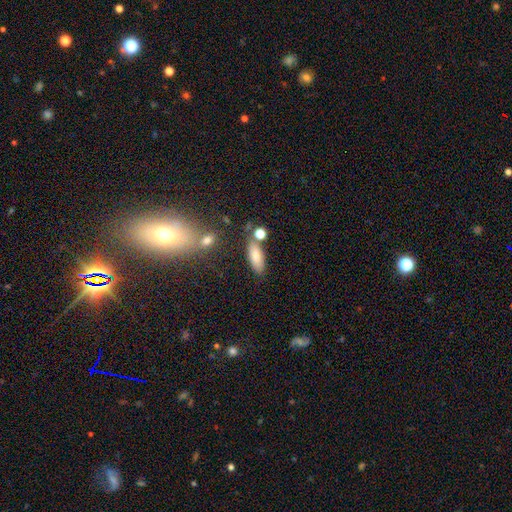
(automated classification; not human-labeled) Smooth or featured?
  - smooth: 80% *
  - featured or disk: 11%
  - star or artifact: 9%
How rounded?
  - in between: 74% *
  - cigar-shaped: 22%
  - round: 4%
Merging?
  - none: 71% *
  - minor disturbance: 14%
  - merger: 11%
  - major disturbance: 5%